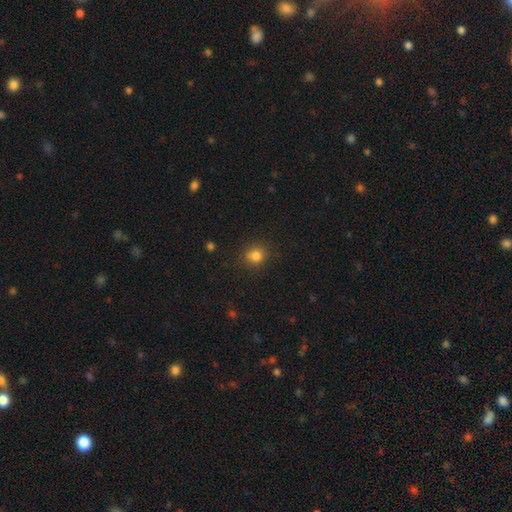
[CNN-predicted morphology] Smooth or featured? Predicted: smooth (p=0.81). How rounded? Predicted: round (p=0.78). Merging? Predicted: none (p=0.82).